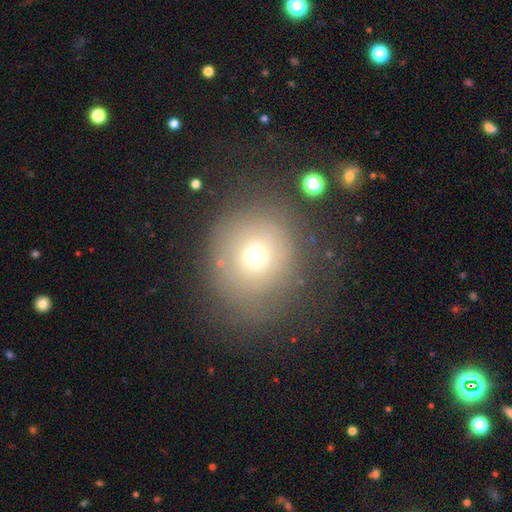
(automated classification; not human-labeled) Smooth or featured? Predicted: smooth (p=0.57). How rounded? Predicted: round (p=0.83). Merging? Predicted: none (p=0.66).